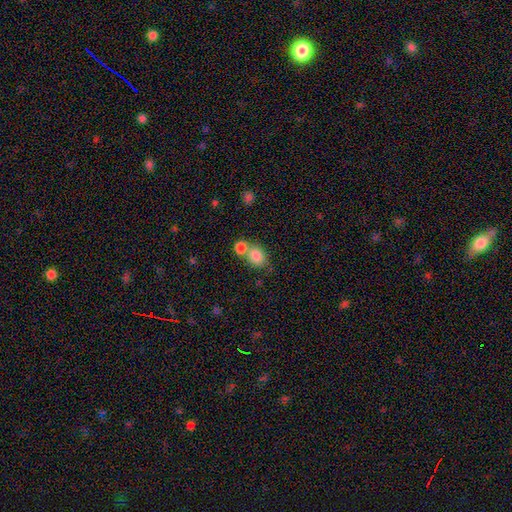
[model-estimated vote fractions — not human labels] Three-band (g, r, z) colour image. It shows a smooth galaxy with no disk features (83%) that is in between round and cigar-shaped (50%). Merging: merger (45%).